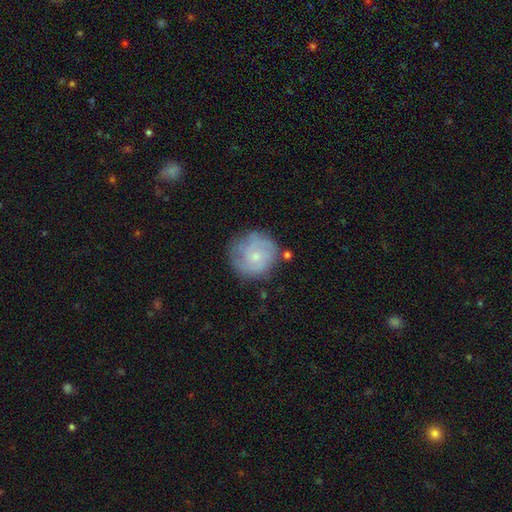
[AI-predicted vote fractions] Overall: featured or disk (58%; smooth 35%). Edge-on disk: no (98%). Bar: no (78%). Spiral arms: yes (83%). Bulge size: small (72%). Merging: none (73%).